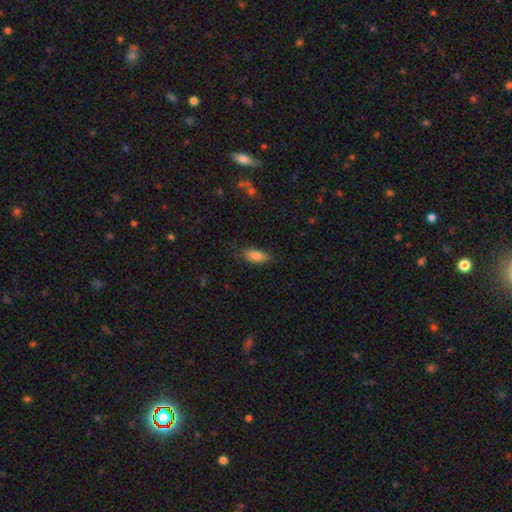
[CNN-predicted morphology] Smooth or featured? smooth (82%)
How rounded? in between (77%)
Merging? none (78%)